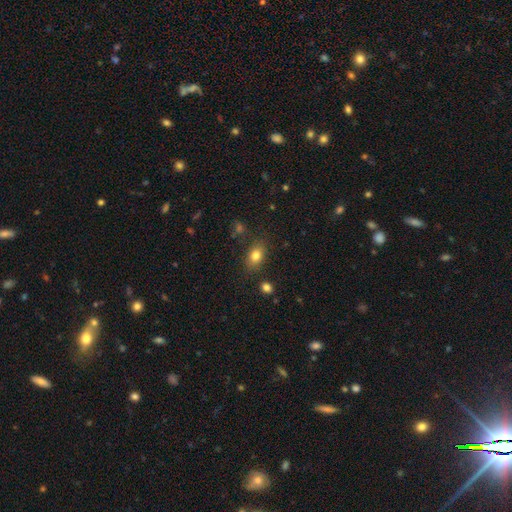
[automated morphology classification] Smooth or featured? smooth (80%)
How rounded? in between (77%)
Merging? none (81%)